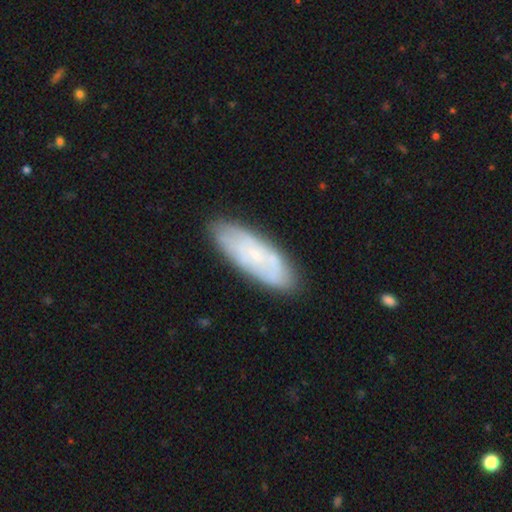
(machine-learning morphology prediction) Smooth or featured?
  - featured or disk: 49% *
  - smooth: 45%
  - star or artifact: 7%
Merging?
  - none: 80% *
  - minor disturbance: 15%
  - major disturbance: 3%
  - merger: 2%